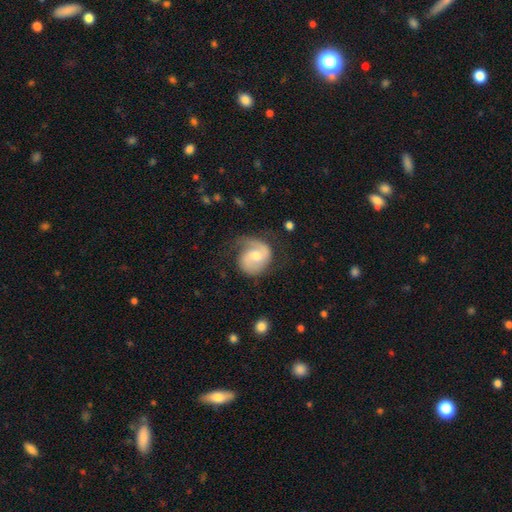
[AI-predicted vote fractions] Smooth or featured? Predicted: featured or disk (p=0.74). Edge-on disk? Predicted: no (p=0.98). Bar? Predicted: no (p=0.46). Spiral arms? Predicted: yes (p=0.93). Spiral winding? Predicted: medium (p=0.46). Spiral arm count? Predicted: 2 (p=0.62). Bulge size? Predicted: moderate (p=0.60). Merging? Predicted: none (p=0.59).